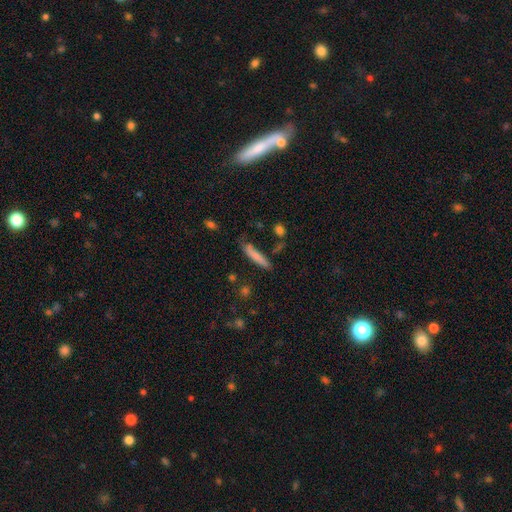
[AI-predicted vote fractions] A smooth galaxy with no disk features (76%) that is cigar-shaped (88%). Merging: none (68%).